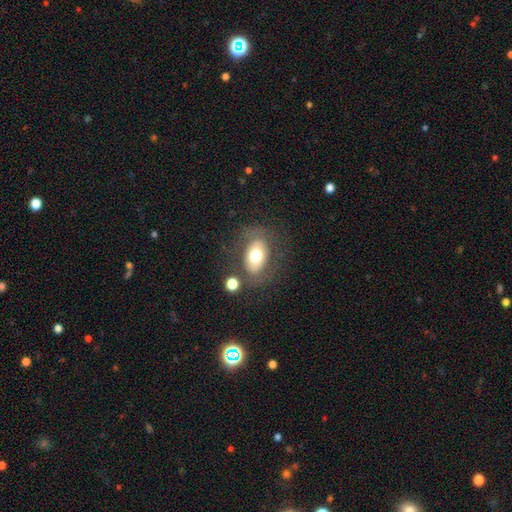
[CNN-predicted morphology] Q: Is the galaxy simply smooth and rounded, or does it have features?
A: smooth — 61%.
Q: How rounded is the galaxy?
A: in between — 83%.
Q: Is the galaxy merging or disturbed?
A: none — 69%.